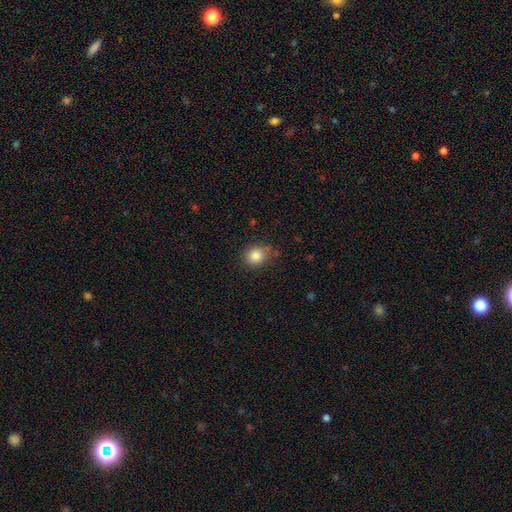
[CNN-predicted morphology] Q: Smooth or featured?
A: smooth (84%); runner-up: star or artifact (10%)
Q: How rounded?
A: round (74%); runner-up: in between (25%)
Q: Merging?
A: none (76%); runner-up: minor disturbance (17%)